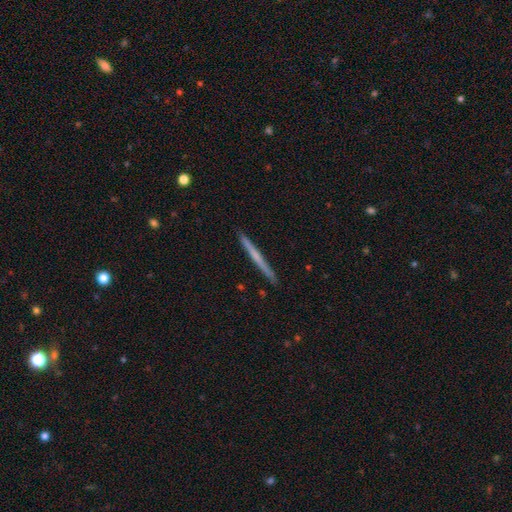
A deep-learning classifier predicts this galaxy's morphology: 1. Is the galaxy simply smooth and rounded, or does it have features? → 51% featured or disk, 43% smooth, 6% star or artifact.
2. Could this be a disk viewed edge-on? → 98% yes, 2% no.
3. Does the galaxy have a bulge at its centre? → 78% none, 17% rounded, 5% boxy.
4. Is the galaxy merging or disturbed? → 92% none, 6% minor disturbance, 1% major disturbance, 1% merger.